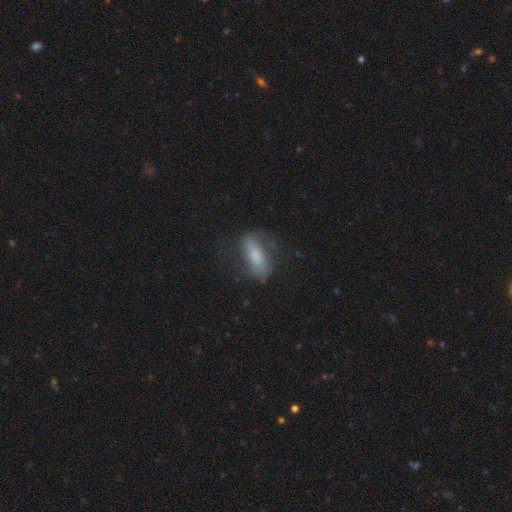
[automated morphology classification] smooth_or_featured: smooth (p=0.56) [alt: featured or disk p=0.36]
how_rounded: in between (p=0.55) [alt: cigar-shaped p=0.41]
merging: none (p=0.65) [alt: minor disturbance p=0.21]